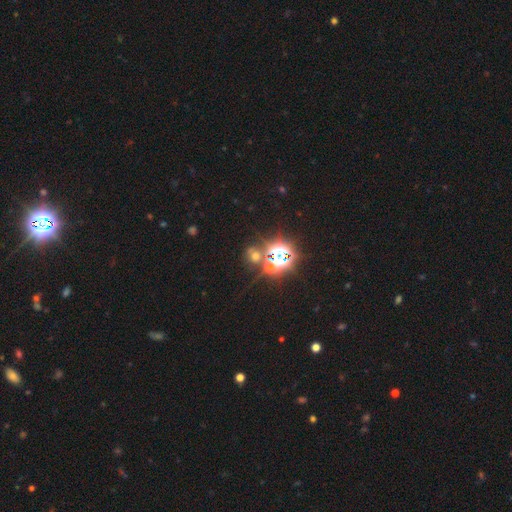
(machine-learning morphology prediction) This appears to be a star or artifact, not a galaxy (55%).